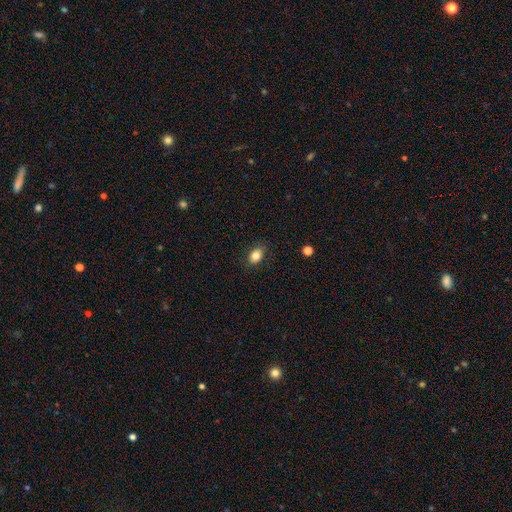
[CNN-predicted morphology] smooth_or_featured: smooth (p=0.83) [alt: star or artifact p=0.09]
how_rounded: in between (p=0.77) [alt: round p=0.22]
merging: none (p=0.85) [alt: minor disturbance p=0.11]